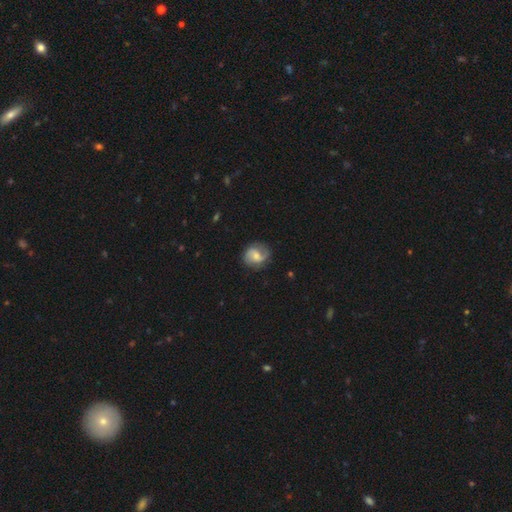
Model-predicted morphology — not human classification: Q: Smooth or featured?
A: featured or disk (62%); runner-up: smooth (31%)
Q: Edge-on disk?
A: no (98%); runner-up: yes (2%)
Q: Bar?
A: no (46%); runner-up: weak (43%)
Q: Spiral arms?
A: yes (90%); runner-up: no (10%)
Q: Spiral winding?
A: medium (45%); runner-up: loose (30%)
Q: Spiral arm count?
A: 2 (82%); runner-up: can't tell (9%)
Q: Bulge size?
A: moderate (51%); runner-up: small (39%)
Q: Merging?
A: none (75%); runner-up: minor disturbance (18%)